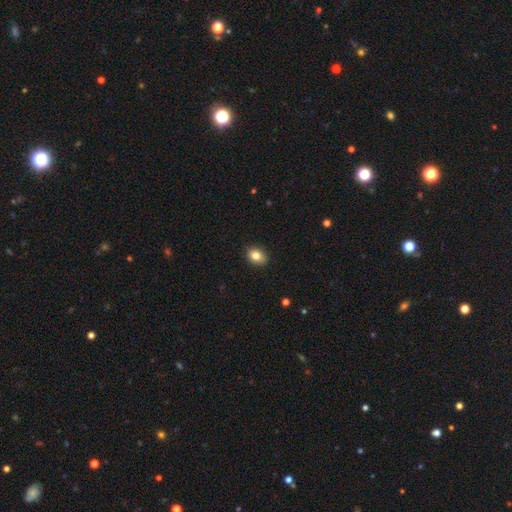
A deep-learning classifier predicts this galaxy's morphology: smooth_or_featured: smooth (p=0.83) [alt: star or artifact p=0.09]
how_rounded: in between (p=0.65) [alt: round p=0.34]
merging: none (p=0.87) [alt: minor disturbance p=0.10]